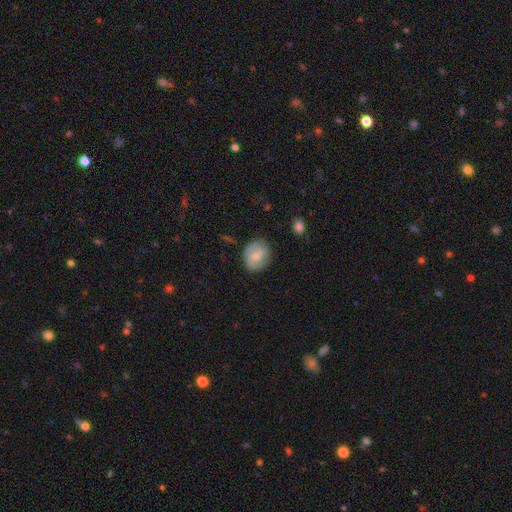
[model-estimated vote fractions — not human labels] Q: Smooth or featured?
A: smooth (53%); runner-up: featured or disk (40%)
Q: How rounded?
A: round (70%); runner-up: in between (29%)
Q: Merging?
A: none (79%); runner-up: minor disturbance (15%)